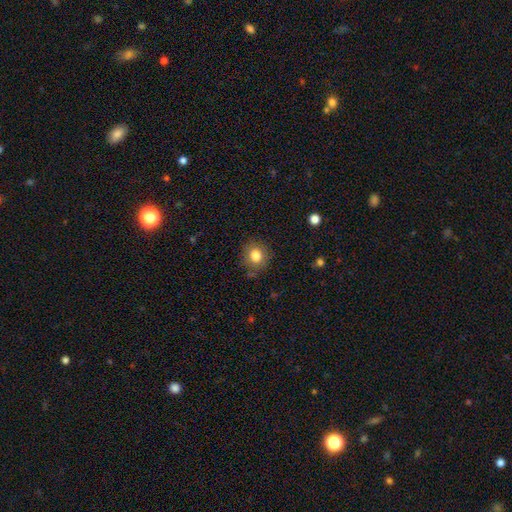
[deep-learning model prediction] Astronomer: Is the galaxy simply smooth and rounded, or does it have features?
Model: smooth — 82%.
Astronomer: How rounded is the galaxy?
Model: round — 79%.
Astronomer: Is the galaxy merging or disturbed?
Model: none — 83%.